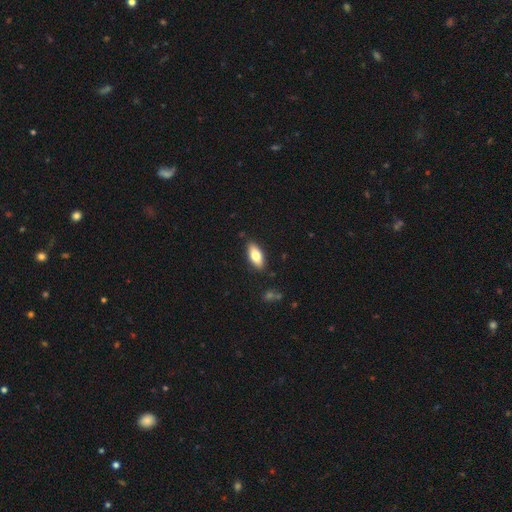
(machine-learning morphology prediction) Smooth or featured?
  - smooth: 74% *
  - featured or disk: 19%
  - star or artifact: 6%
How rounded?
  - in between: 84% *
  - cigar-shaped: 14%
  - round: 3%
Merging?
  - none: 87% *
  - minor disturbance: 9%
  - major disturbance: 2%
  - merger: 1%